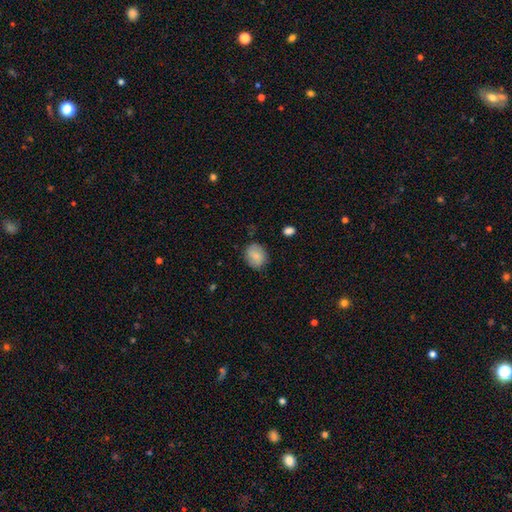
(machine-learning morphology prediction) Smooth or featured? smooth (80%)
How rounded? round (61%)
Merging? none (80%)